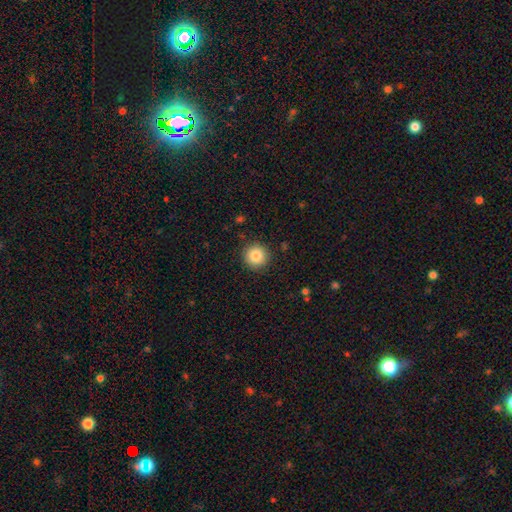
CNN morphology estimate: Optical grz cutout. It shows a smooth galaxy with no disk features (84%) that is round (95%). Merging: none (91%).